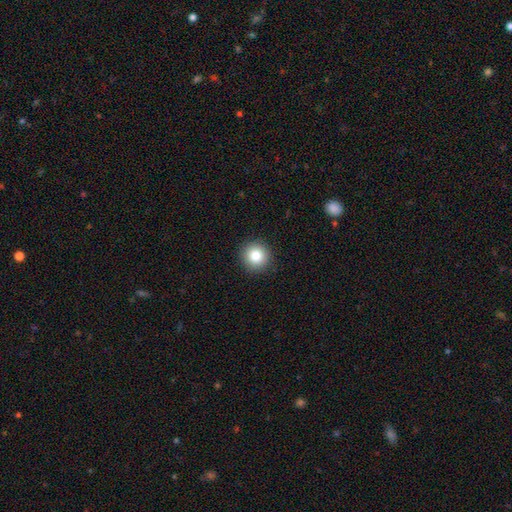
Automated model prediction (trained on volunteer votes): Smooth or featured?
  - smooth: 83% *
  - star or artifact: 10%
  - featured or disk: 7%
How rounded?
  - round: 94% *
  - in between: 5%
  - cigar-shaped: 1%
Merging?
  - none: 92% *
  - minor disturbance: 5%
  - major disturbance: 2%
  - merger: 1%